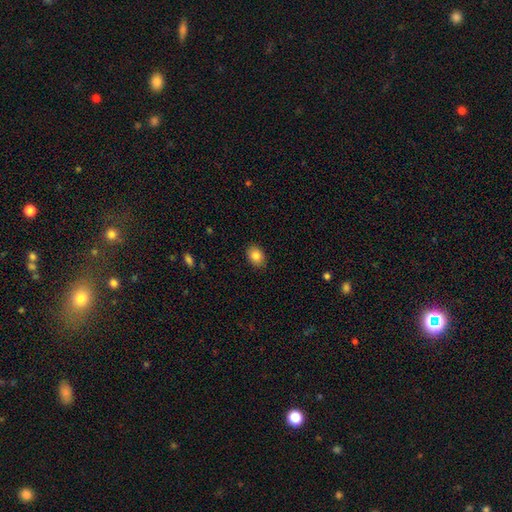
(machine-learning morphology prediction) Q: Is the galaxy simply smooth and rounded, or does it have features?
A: smooth — 85%.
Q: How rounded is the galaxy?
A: in between — 70%.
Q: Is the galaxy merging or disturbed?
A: none — 87%.